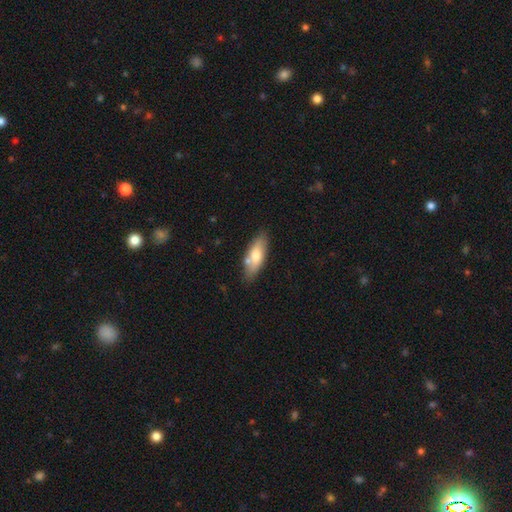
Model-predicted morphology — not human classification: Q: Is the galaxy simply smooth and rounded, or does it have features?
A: smooth — 67%.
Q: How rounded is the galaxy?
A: in between — 69%.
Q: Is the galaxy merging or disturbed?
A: none — 75%.